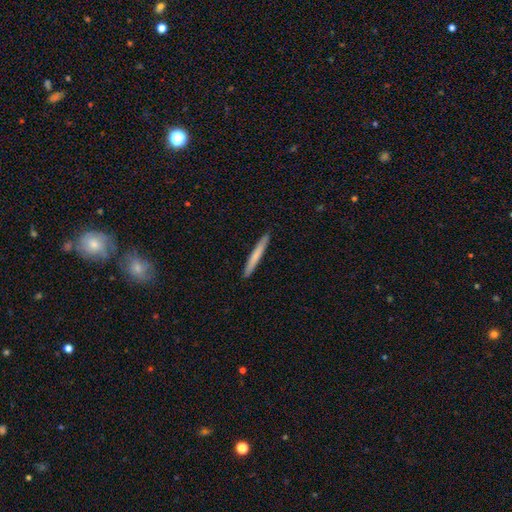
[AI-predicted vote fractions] A smooth galaxy with no disk features (70%) that is cigar-shaped (97%). Merging: none (93%).